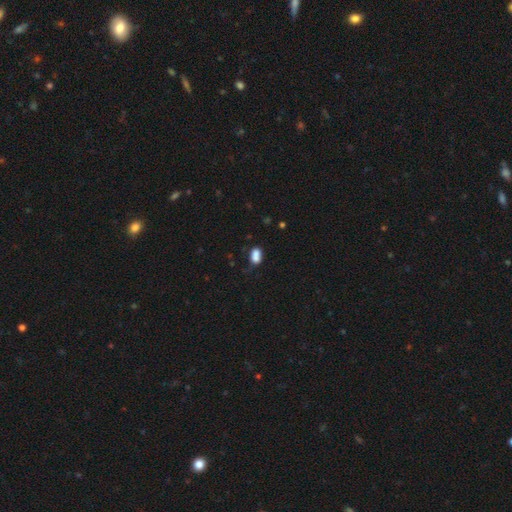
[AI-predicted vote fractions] This is clearly a smooth galaxy (81%). How rounded: clearly in between (84%). Merging: marginally none (45%).